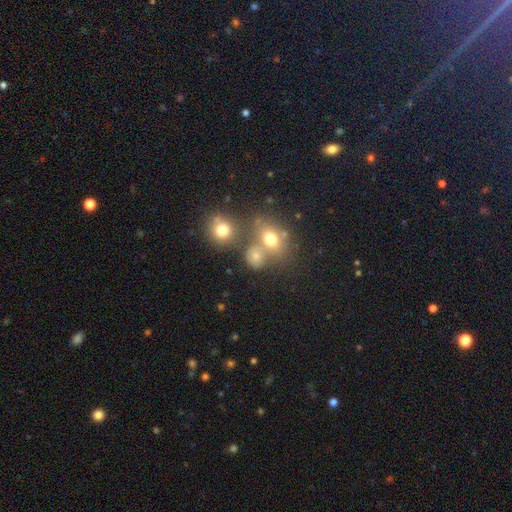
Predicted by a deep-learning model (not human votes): smooth-or-featured: smooth: 70% | star or artifact: 18% | featured or disk: 12%
  how-rounded: round: 63% | in between: 35% | cigar-shaped: 1%
  merging: none: 49% | merger: 34% | minor disturbance: 11% | major disturbance: 6%